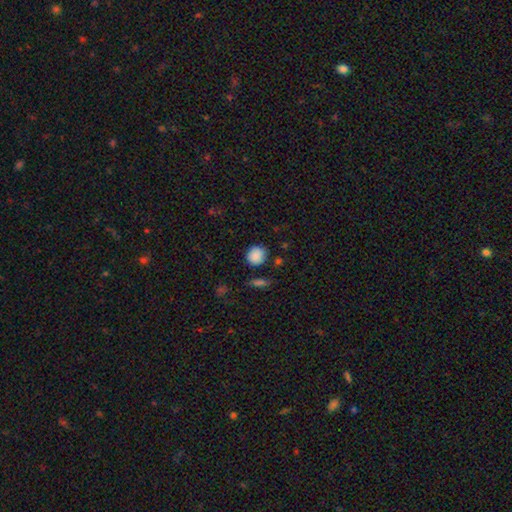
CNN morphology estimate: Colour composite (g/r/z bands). It shows a smooth galaxy with no disk features (86%) that is round (83%). Merging: none (77%).